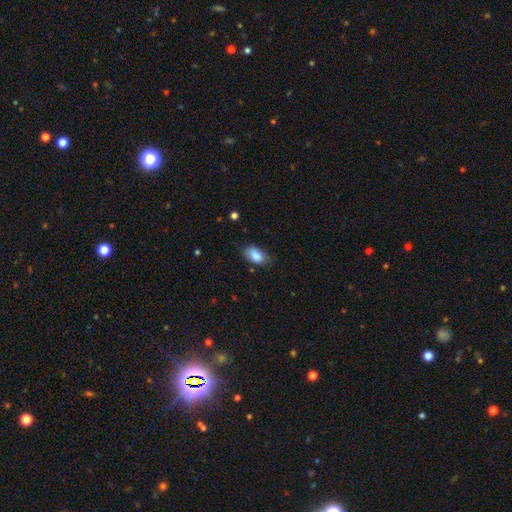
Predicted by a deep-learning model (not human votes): This is clearly a smooth galaxy (87%). How rounded: clearly in between (92%). Merging: likely none (71%).